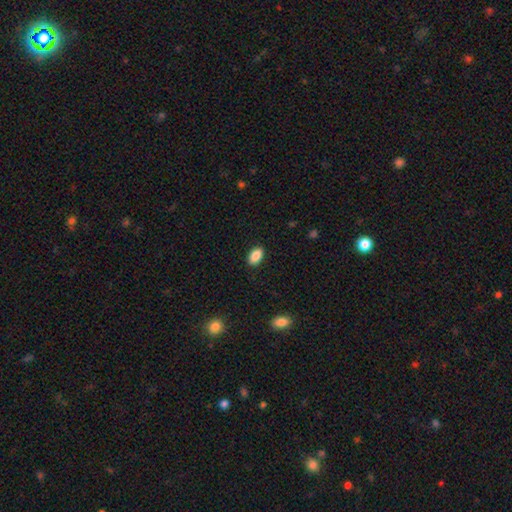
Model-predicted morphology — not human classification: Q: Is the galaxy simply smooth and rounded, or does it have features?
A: smooth — 89%.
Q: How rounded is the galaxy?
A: in between — 92%.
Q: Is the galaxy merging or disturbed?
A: none — 88%.